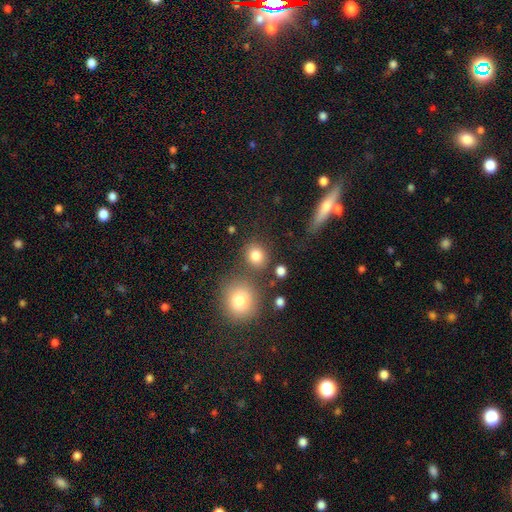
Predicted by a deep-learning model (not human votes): Morphology: type=smooth (80%); roundness=round (77%); merging=none (75%).